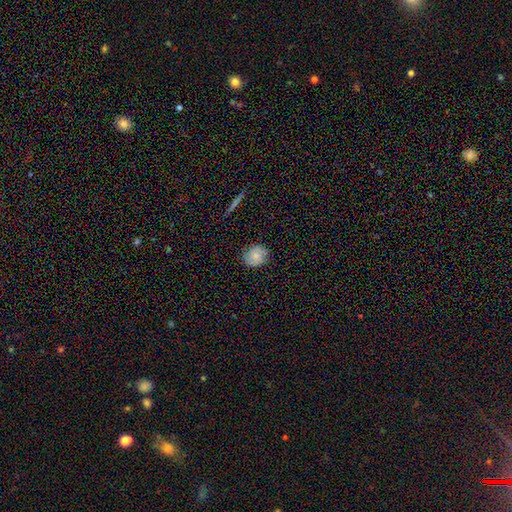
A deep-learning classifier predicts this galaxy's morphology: Overall: smooth (54%; featured or disk 37%). How rounded: round (75%). Merging: none (84%).